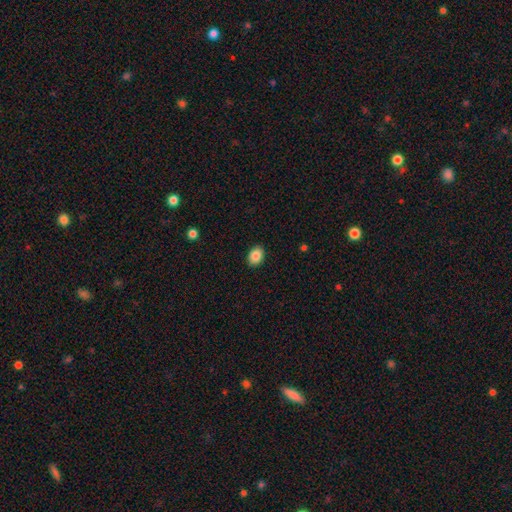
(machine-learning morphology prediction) smooth_or_featured: smooth (p=0.86) [alt: star or artifact p=0.08]
how_rounded: in between (p=0.70) [alt: round p=0.29]
merging: none (p=0.90) [alt: minor disturbance p=0.07]